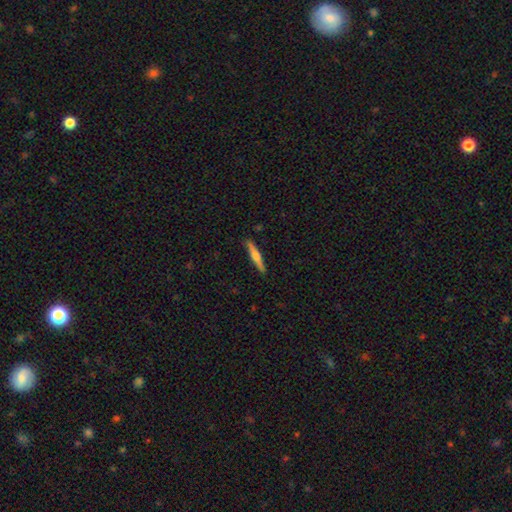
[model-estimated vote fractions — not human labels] Smooth or featured?
  - featured or disk: 50% *
  - smooth: 45%
  - star or artifact: 6%
Merging?
  - none: 89% *
  - minor disturbance: 8%
  - major disturbance: 2%
  - merger: 1%